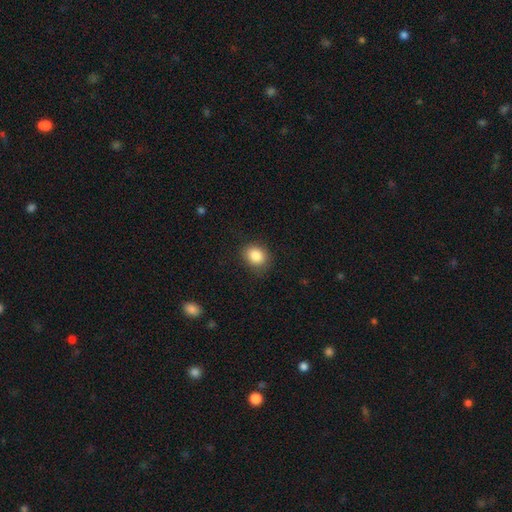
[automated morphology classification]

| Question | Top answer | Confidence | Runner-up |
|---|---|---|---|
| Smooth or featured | smooth | 86% | star or artifact (9%) |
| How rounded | round | 57% | in between (42%) |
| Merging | none | 84% | minor disturbance (12%) |